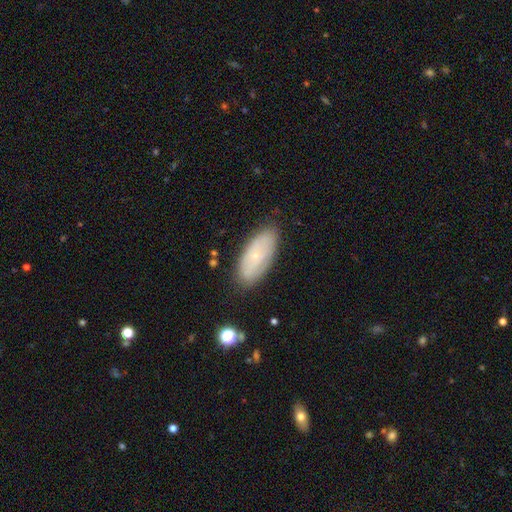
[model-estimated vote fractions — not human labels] Smooth or featured? Predicted: smooth (p=0.52). How rounded? Predicted: in between (p=0.88). Merging? Predicted: none (p=0.81).